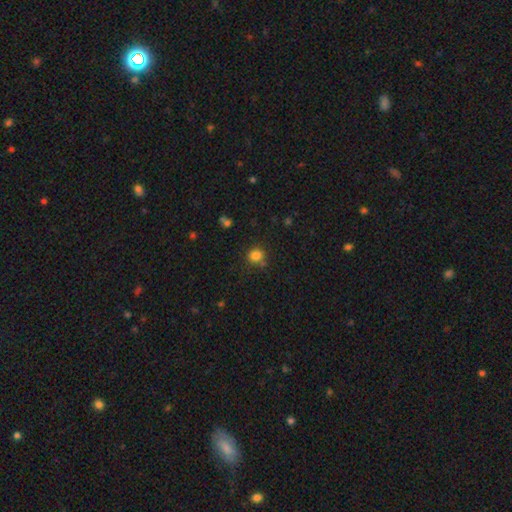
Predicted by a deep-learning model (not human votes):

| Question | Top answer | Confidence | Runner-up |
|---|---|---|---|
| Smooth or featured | smooth | 81% | star or artifact (13%) |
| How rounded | round | 84% | in between (15%) |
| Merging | none | 73% | minor disturbance (15%) |